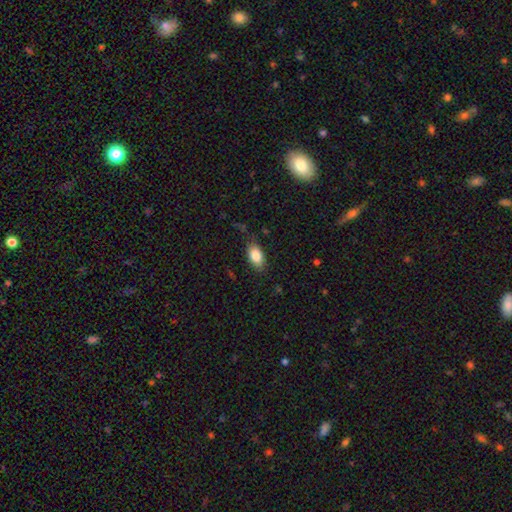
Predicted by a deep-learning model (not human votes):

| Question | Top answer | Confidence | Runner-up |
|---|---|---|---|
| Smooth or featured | smooth | 85% | featured or disk (8%) |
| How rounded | in between | 92% | round (5%) |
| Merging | none | 78% | minor disturbance (16%) |